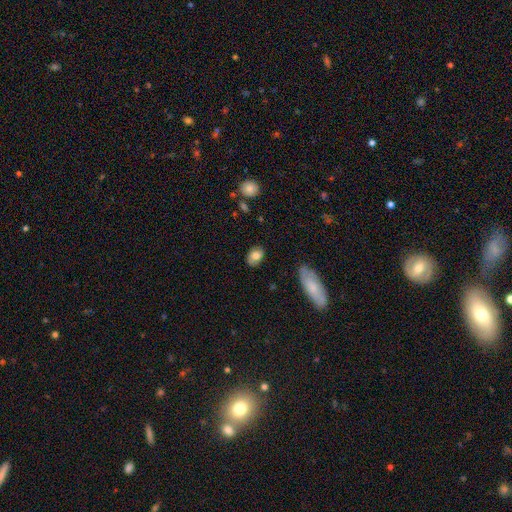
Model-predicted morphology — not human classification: smooth 73%, featured or disk 19%, star or artifact 8%. Down the decision tree: how rounded — in between (82%); merging — none (80%).